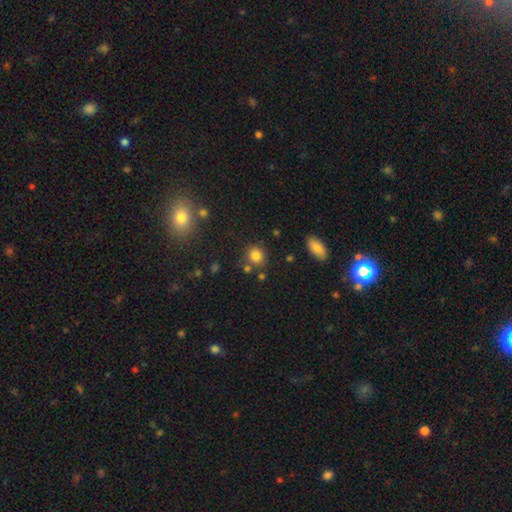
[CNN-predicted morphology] The model was most divided on "how rounded": round: 80%, in between: 19%, cigar-shaped: 1%. More confident: smooth or featured — smooth (81%); merging — none (75%).